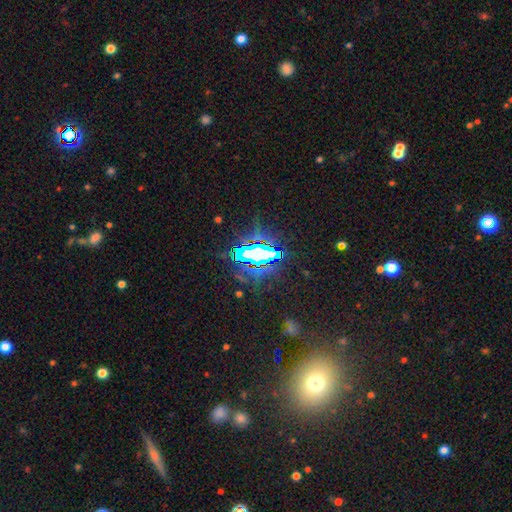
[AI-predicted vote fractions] A star or artifact, not a galaxy (72%).